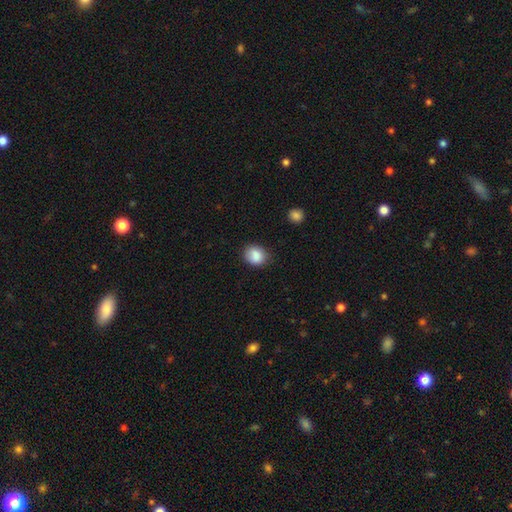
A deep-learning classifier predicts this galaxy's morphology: Smooth or featured?
  - smooth: 86% *
  - star or artifact: 9%
  - featured or disk: 5%
How rounded?
  - round: 58% *
  - in between: 41%
  - cigar-shaped: 1%
Merging?
  - none: 75% *
  - minor disturbance: 19%
  - major disturbance: 4%
  - merger: 2%